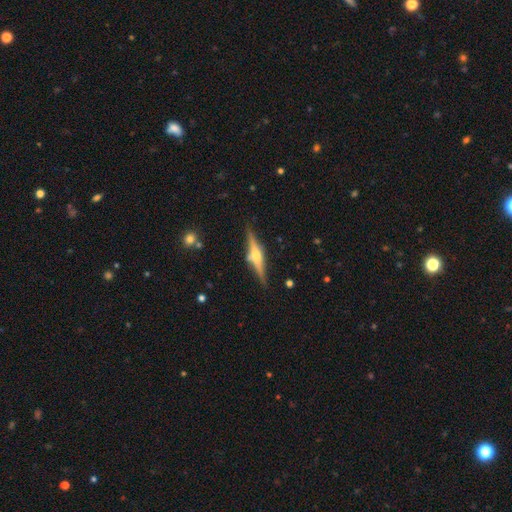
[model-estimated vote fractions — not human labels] Morphology: type=featured or disk (79%); edge-on=yes (98%); edge-on bulge=rounded (88%); merging=none (87%).